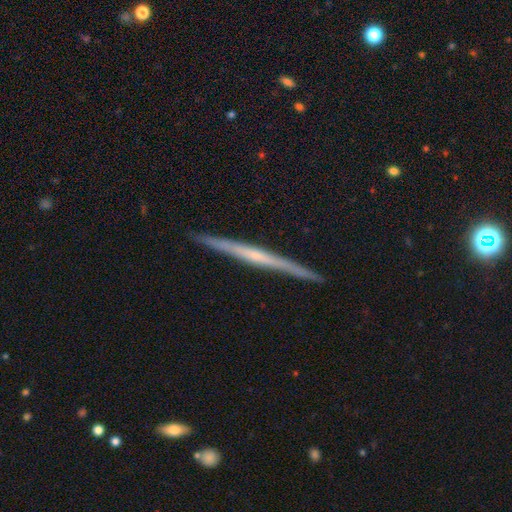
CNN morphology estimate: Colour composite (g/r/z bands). It shows a featured or disk galaxy (71%) viewed edge-on (98%) with no central bulge (63%). Merging: none (92%).